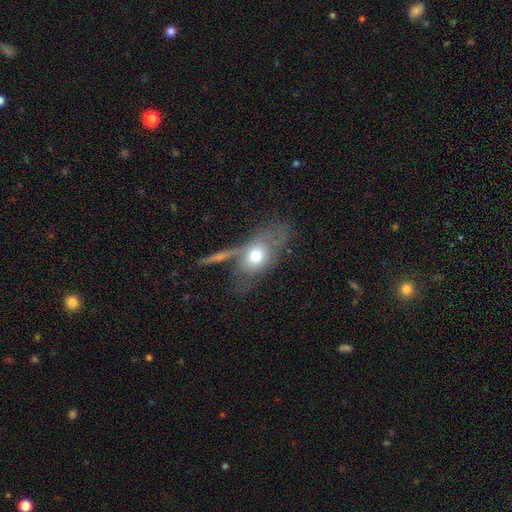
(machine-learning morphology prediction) Smooth or featured? smooth (61%)
How rounded? in between (77%)
Merging? none (40%)